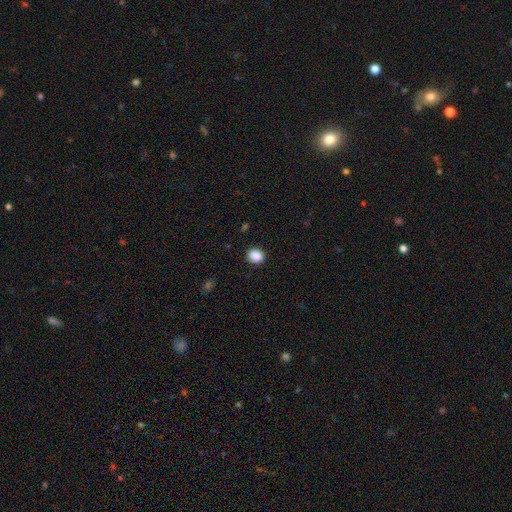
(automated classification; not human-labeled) Overall: smooth (88%). How rounded: round (61%; in between 38%). Merging: none (89%).